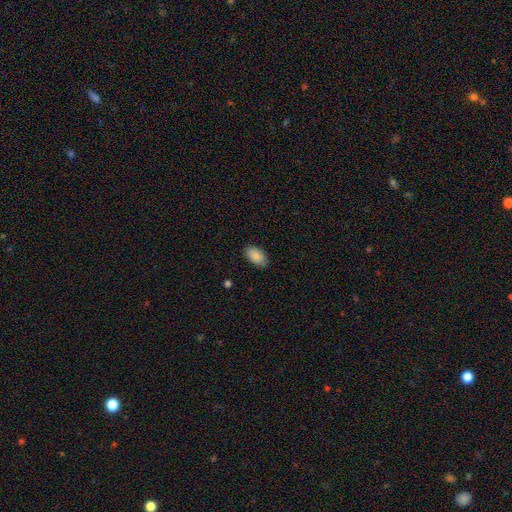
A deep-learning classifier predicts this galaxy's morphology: A smooth galaxy with no disk features (86%) that is in between round and cigar-shaped (94%). Merging: none (85%).